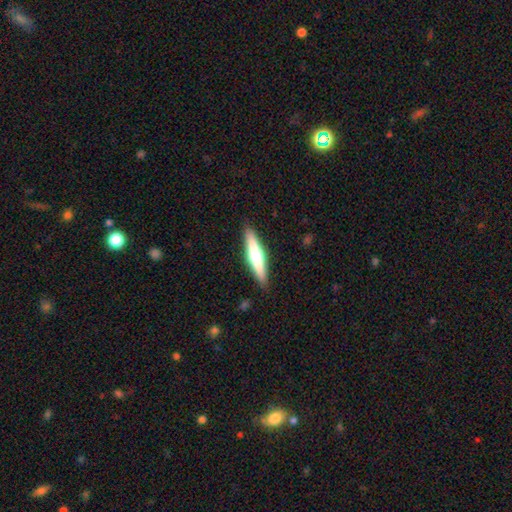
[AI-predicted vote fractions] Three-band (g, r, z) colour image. It shows a featured or disk galaxy (56%) viewed edge-on (96%) with a rounded central bulge (89%). Merging: none (90%).